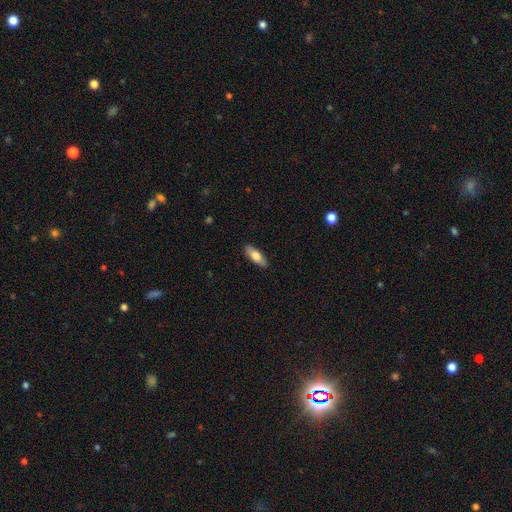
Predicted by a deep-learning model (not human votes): Smooth or featured: smooth — 72% (featured or disk — 22%)
How rounded: in between — 69% (cigar-shaped — 28%)
Merging: none — 88% (minor disturbance — 9%)